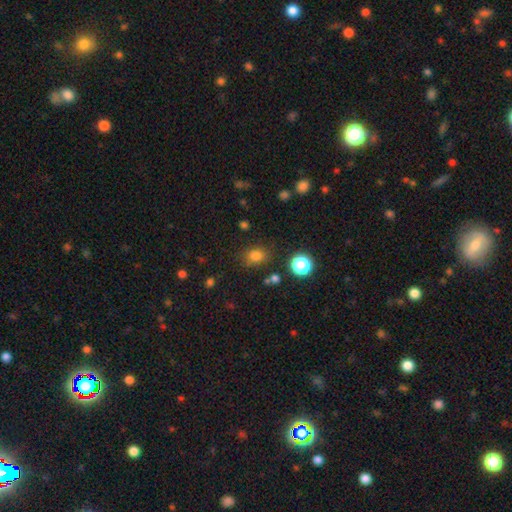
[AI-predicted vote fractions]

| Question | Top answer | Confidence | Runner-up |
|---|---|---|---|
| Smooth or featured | smooth | 79% | star or artifact (16%) |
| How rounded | in between | 51% | round (48%) |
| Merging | none | 76% | minor disturbance (15%) |